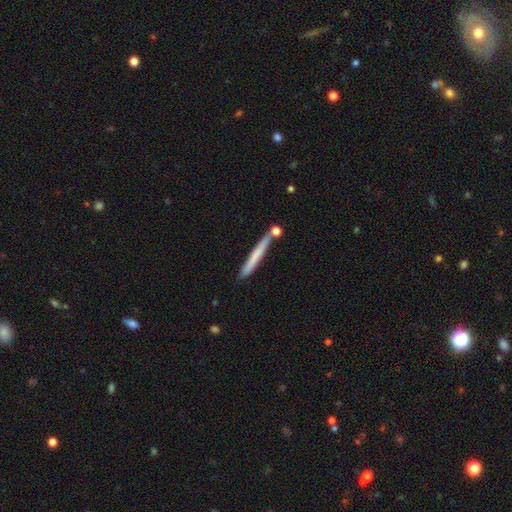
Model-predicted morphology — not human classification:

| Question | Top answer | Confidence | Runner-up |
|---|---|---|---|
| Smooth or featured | smooth | 61% | featured or disk (33%) |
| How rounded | cigar-shaped | 96% | in between (2%) |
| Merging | none | 77% | minor disturbance (12%) |